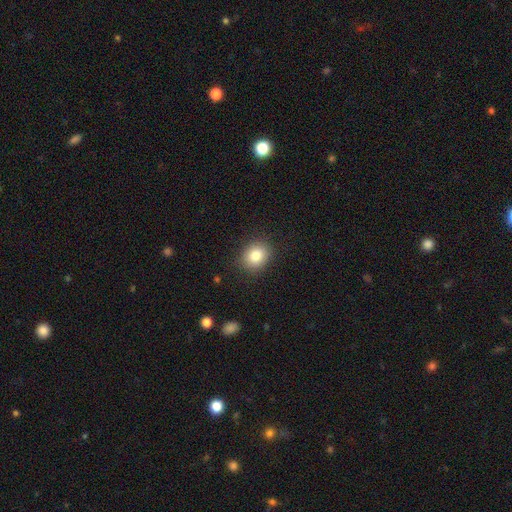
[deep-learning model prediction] Q: Smooth or featured?
A: smooth (83%); runner-up: star or artifact (10%)
Q: How rounded?
A: round (60%); runner-up: in between (39%)
Q: Merging?
A: none (88%); runner-up: minor disturbance (9%)